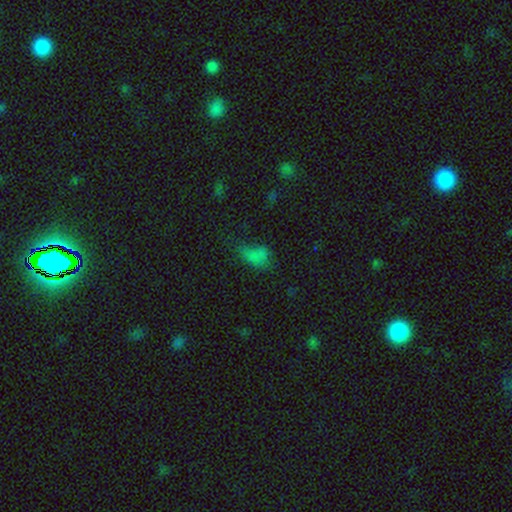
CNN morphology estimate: Smooth or featured?
  - smooth: 64% *
  - star or artifact: 24%
  - featured or disk: 12%
How rounded?
  - in between: 84% *
  - round: 11%
  - cigar-shaped: 4%
Merging?
  - none: 35% *
  - major disturbance: 32%
  - minor disturbance: 27%
  - merger: 6%